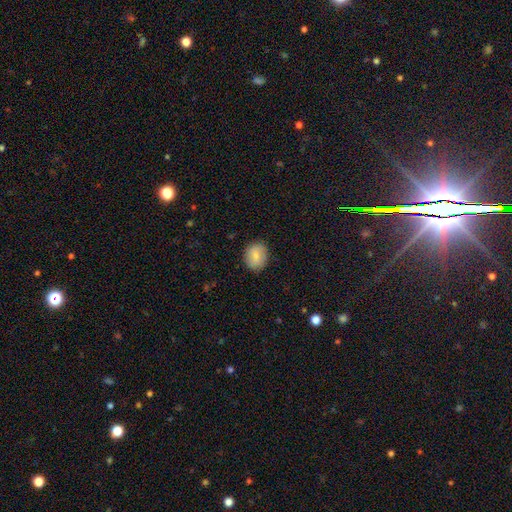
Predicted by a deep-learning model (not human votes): Smooth or featured? Predicted: smooth (p=0.78). How rounded? Predicted: round (p=0.72). Merging? Predicted: none (p=0.88).